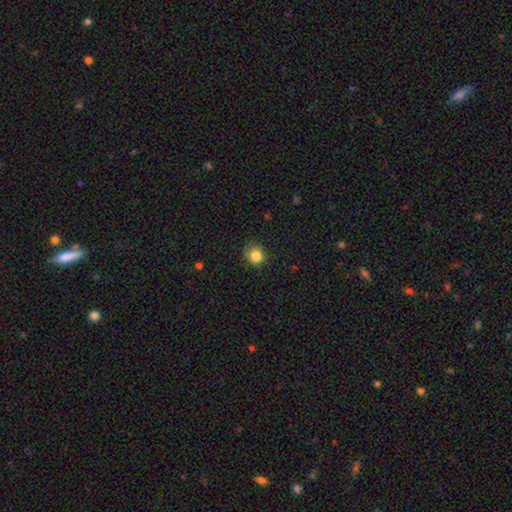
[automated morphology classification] This appears to be a smooth galaxy with no disk features (84%) that is round (87%). Merging: none (79%).